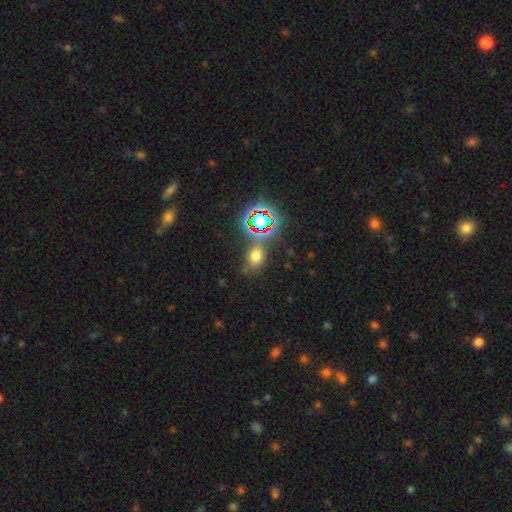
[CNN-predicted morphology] Smooth or featured?
  - smooth: 63% *
  - star or artifact: 29%
  - featured or disk: 8%
How rounded?
  - in between: 63% *
  - round: 35%
  - cigar-shaped: 2%
Merging?
  - none: 71% *
  - minor disturbance: 14%
  - merger: 10%
  - major disturbance: 5%